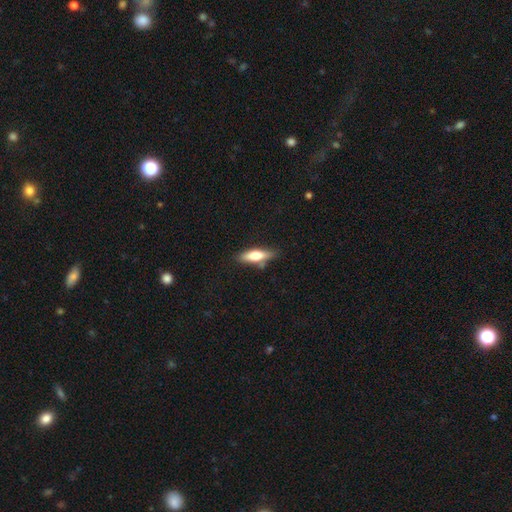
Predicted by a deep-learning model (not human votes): Smooth or featured: smooth — 63% (featured or disk — 31%)
How rounded: cigar-shaped — 55% (in between — 42%)
Merging: none — 73% (minor disturbance — 18%)